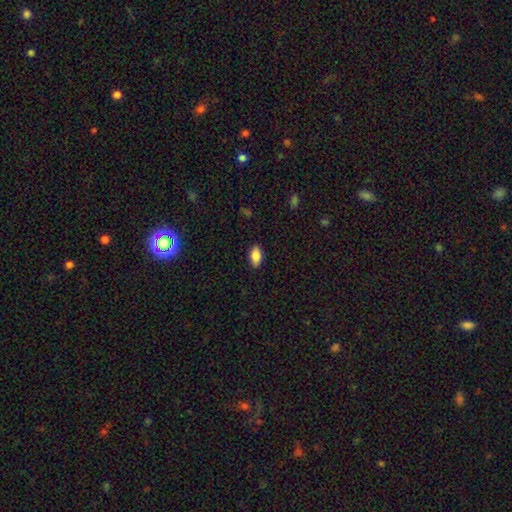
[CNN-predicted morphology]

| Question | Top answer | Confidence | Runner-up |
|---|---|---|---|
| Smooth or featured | smooth | 85% | star or artifact (8%) |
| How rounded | in between | 91% | cigar-shaped (5%) |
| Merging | none | 87% | minor disturbance (10%) |